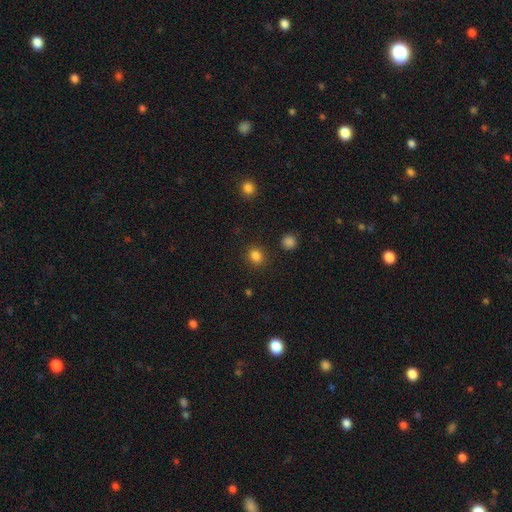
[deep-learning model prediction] Q: Smooth or featured?
A: smooth (84%); runner-up: star or artifact (12%)
Q: How rounded?
A: round (64%); runner-up: in between (35%)
Q: Merging?
A: none (87%); runner-up: minor disturbance (8%)